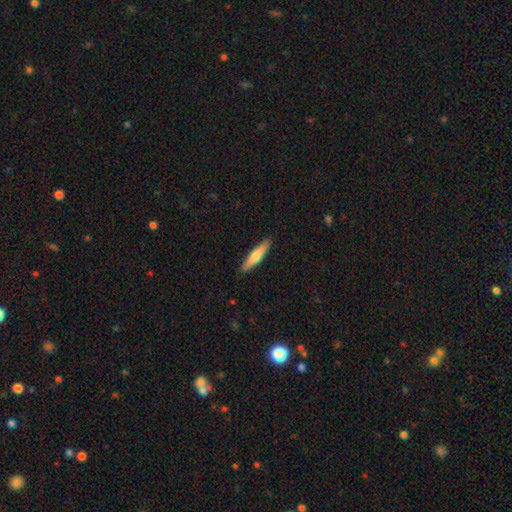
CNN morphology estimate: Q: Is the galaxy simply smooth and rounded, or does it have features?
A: smooth — 60%.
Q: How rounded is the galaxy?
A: cigar-shaped — 84%.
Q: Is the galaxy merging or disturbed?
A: none — 90%.